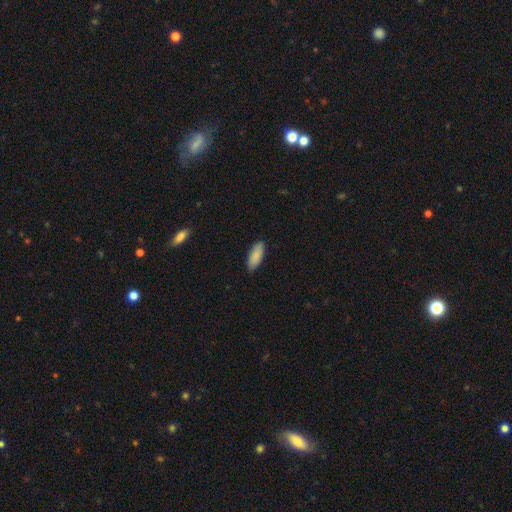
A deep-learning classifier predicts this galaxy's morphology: This appears to be a smooth galaxy with no disk features (88%) that is in between round and cigar-shaped (77%). Merging: none (86%).